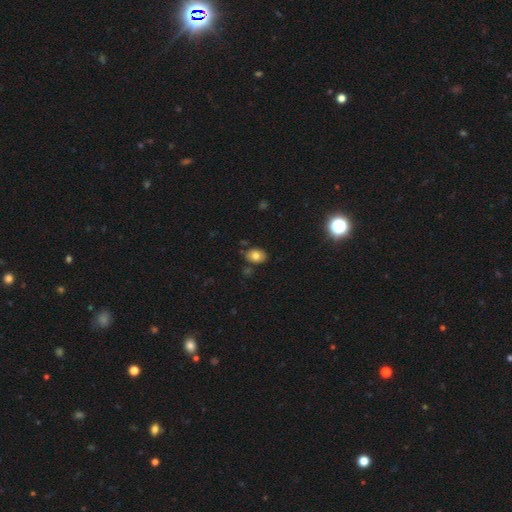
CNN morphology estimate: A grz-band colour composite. It shows a smooth galaxy with no disk features (76%) that is in between round and cigar-shaped (74%). Merging: none (79%).